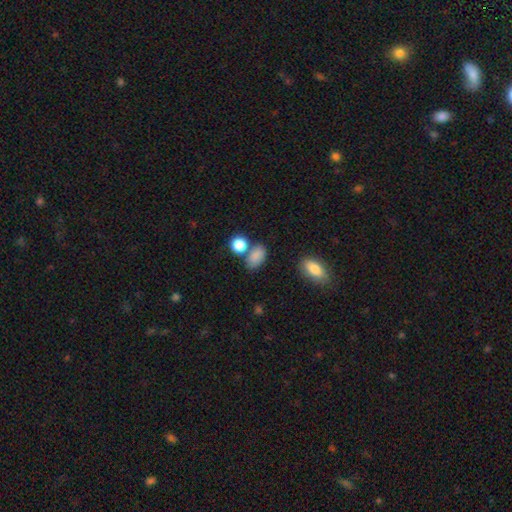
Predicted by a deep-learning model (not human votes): smooth-or-featured: smooth: 84% | star or artifact: 10% | featured or disk: 6%
  how-rounded: in between: 79% | round: 19% | cigar-shaped: 2%
  merging: none: 60% | merger: 18% | minor disturbance: 17% | major disturbance: 5%